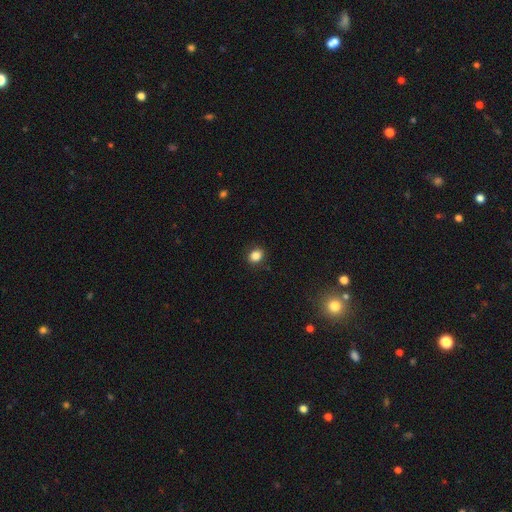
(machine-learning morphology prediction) This is clearly a smooth galaxy (85%). How rounded: possibly round (58%). Merging: clearly none (87%).